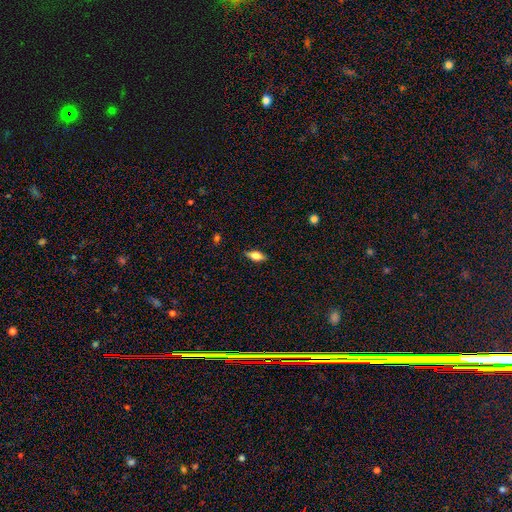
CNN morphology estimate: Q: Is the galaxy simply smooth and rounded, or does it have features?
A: smooth — 57%.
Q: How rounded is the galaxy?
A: in between — 72%.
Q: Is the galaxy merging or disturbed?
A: none — 87%.